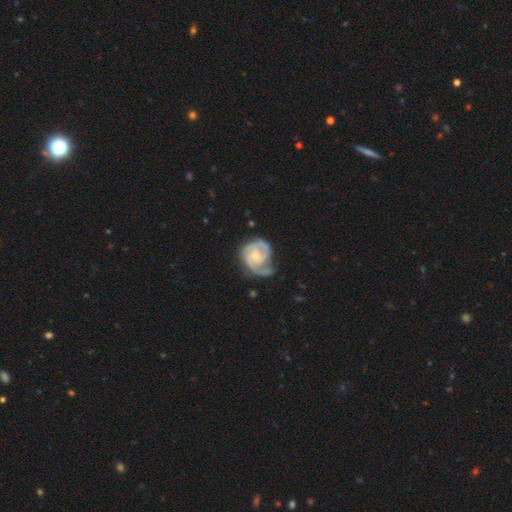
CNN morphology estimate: Smooth or featured? Predicted: featured or disk (p=0.88). Edge-on disk? Predicted: no (p=0.98). Bar? Predicted: no (p=0.65). Spiral arms? Predicted: yes (p=0.97). Spiral winding? Predicted: tight (p=0.56). Spiral arm count? Predicted: 3 (p=0.44). Bulge size? Predicted: small (p=0.52). Merging? Predicted: none (p=0.54).